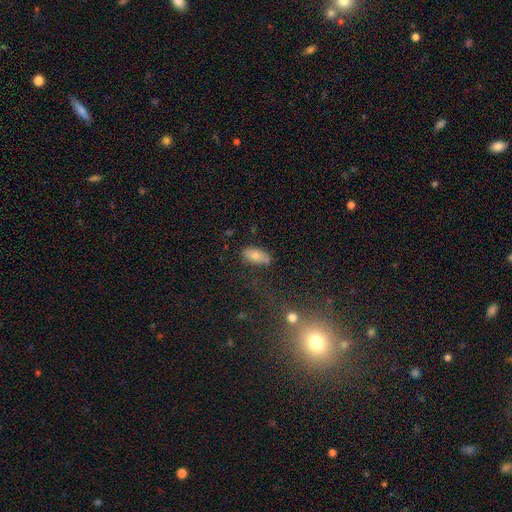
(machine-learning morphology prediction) smooth-or-featured: smooth: 75% | featured or disk: 16% | star or artifact: 9%
  how-rounded: in between: 89% | cigar-shaped: 7% | round: 3%
  merging: none: 73% | minor disturbance: 19% | major disturbance: 5% | merger: 4%